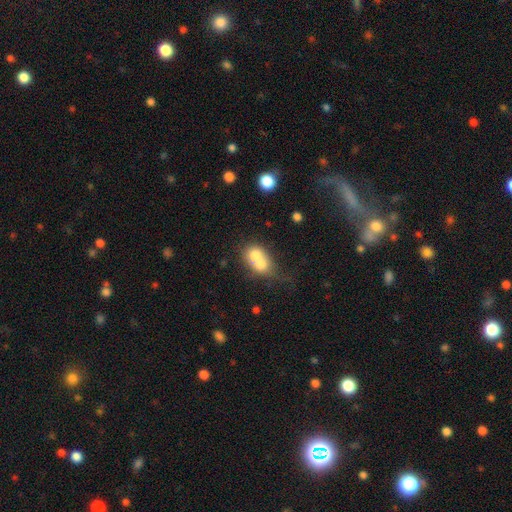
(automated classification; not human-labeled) This appears to be a smooth galaxy with no disk features (67%) that is round (62%). Merging: merger (73%).